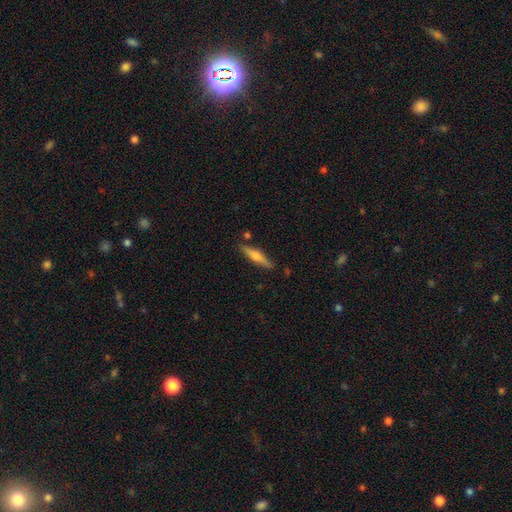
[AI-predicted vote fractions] This is possibly a featured or disk galaxy (55%). It is clearly viewed edge-on (96%). Edge-on bulge: clearly rounded (88%). Merging: clearly none (86%).